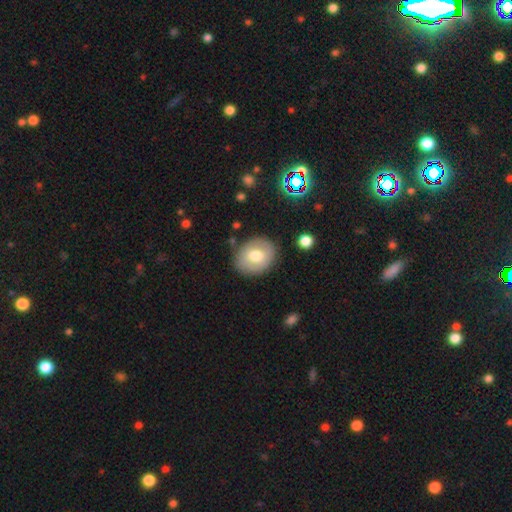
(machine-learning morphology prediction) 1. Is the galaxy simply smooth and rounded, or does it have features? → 69% smooth, 23% featured or disk, 8% star or artifact.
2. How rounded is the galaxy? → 51% in between, 48% round, 1% cigar-shaped.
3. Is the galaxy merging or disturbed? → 82% none, 13% minor disturbance, 4% major disturbance, 2% merger.